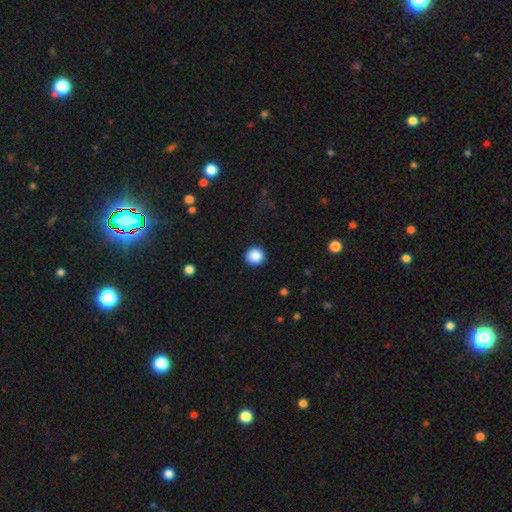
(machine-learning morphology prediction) A smooth galaxy with no disk features (88%) that is round (94%). Merging: none (91%).